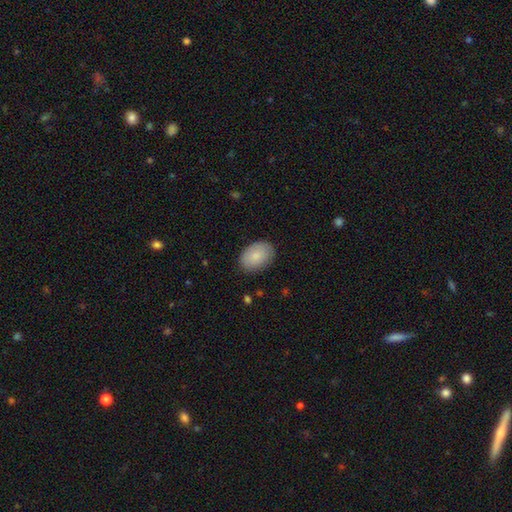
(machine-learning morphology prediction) This is clearly a smooth galaxy (86%). How rounded: clearly in between (86%). Merging: clearly none (85%).